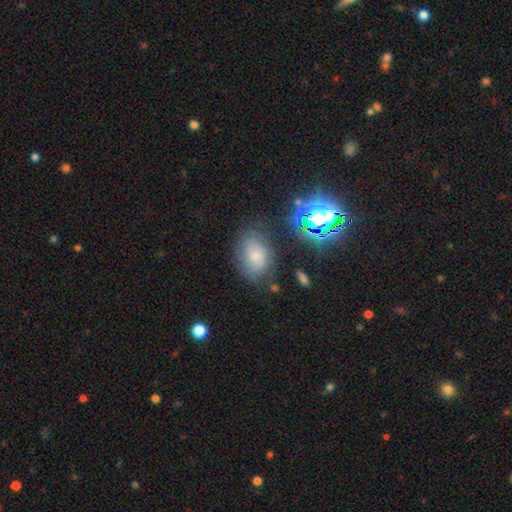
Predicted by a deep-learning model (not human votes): Q: Smooth or featured?
A: smooth (68%); runner-up: featured or disk (16%)
Q: How rounded?
A: in between (79%); runner-up: round (20%)
Q: Merging?
A: none (65%); runner-up: minor disturbance (21%)